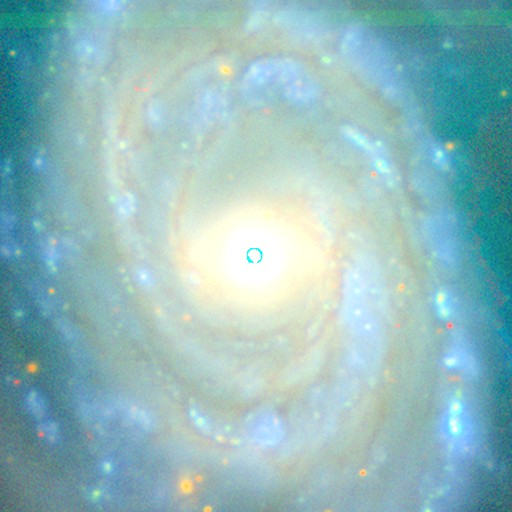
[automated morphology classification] Overall: featured or disk (84%). Edge-on disk: no (96%). Bar: no (58%; weak 26%). Spiral arms: yes (93%). Spiral arm count: can't tell (29%; 2 20%). Spiral winding: tight (73%). Bulge size: small (56%; moderate 36%). Merging: none (71%).